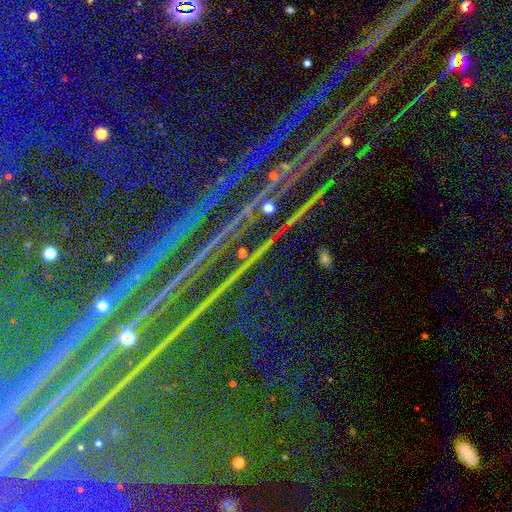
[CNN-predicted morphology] This is clearly a star or artifact rather than a galaxy (87%).